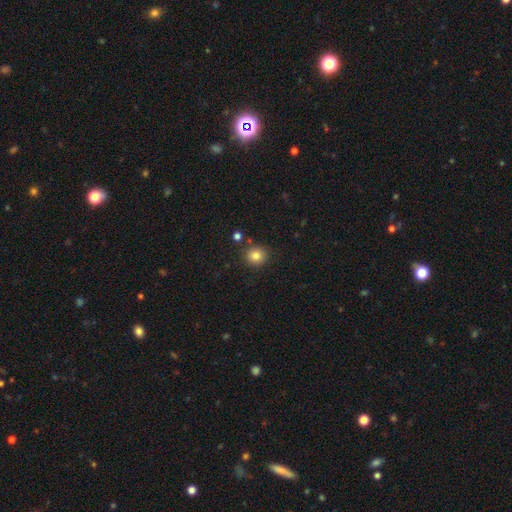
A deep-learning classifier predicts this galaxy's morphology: Smooth or featured?
  - smooth: 83% *
  - star or artifact: 11%
  - featured or disk: 6%
How rounded?
  - round: 86% *
  - in between: 13%
  - cigar-shaped: 1%
Merging?
  - none: 84% *
  - minor disturbance: 8%
  - merger: 5%
  - major disturbance: 2%